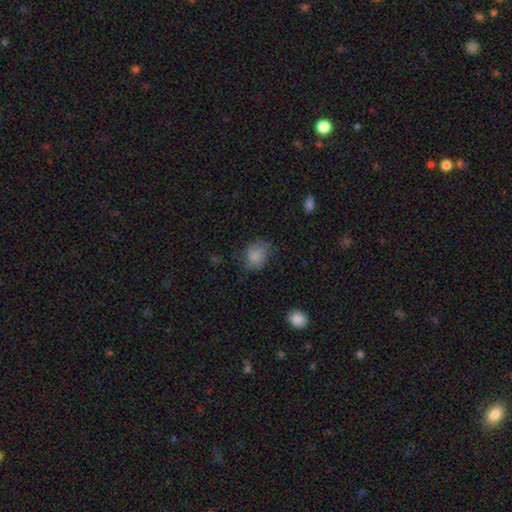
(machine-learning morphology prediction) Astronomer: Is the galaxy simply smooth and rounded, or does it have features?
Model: smooth — 77%.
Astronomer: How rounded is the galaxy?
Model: round — 51% (runner-up: in between, 48%).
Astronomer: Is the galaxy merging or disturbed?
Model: none — 59%.